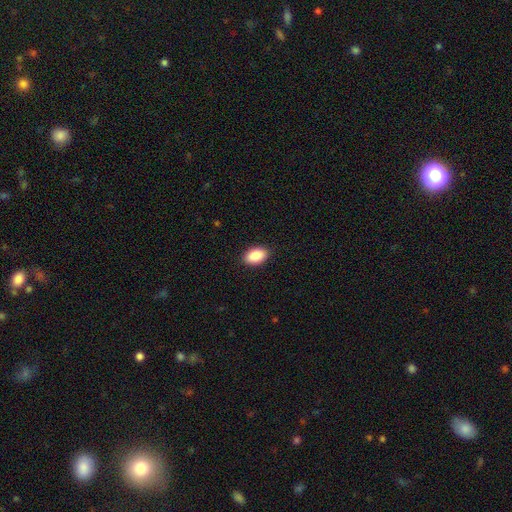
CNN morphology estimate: smooth_or_featured: smooth (p=0.89) [alt: star or artifact p=0.07]
how_rounded: in between (p=0.92) [alt: round p=0.07]
merging: none (p=0.90) [alt: minor disturbance p=0.07]